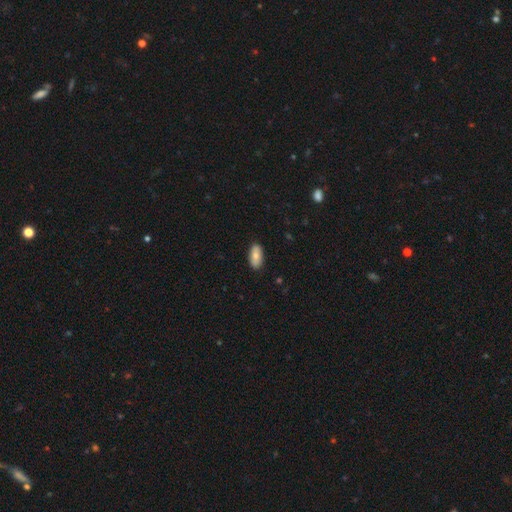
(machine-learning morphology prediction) A smooth galaxy with no disk features (77%) that is in between round and cigar-shaped (90%). Merging: none (87%).